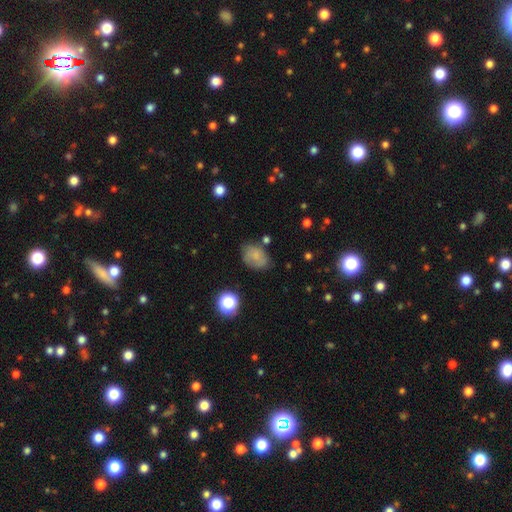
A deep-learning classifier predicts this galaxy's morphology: This appears to be a smooth galaxy with no disk features (69%) that is in between round and cigar-shaped (71%). Merging: none (64%).